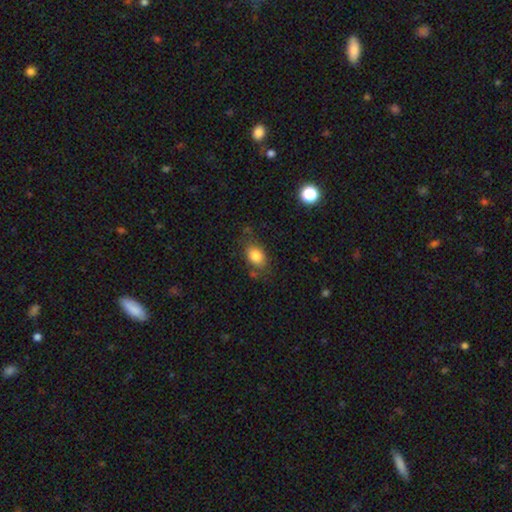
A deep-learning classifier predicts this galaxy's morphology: A smooth galaxy with no disk features (82%) that is in between round and cigar-shaped (75%). Merging: none (71%).